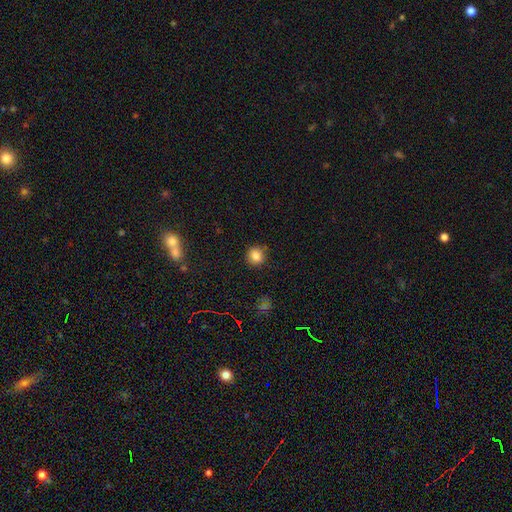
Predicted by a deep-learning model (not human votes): This is clearly a smooth galaxy (82%). How rounded: clearly round (83%). Merging: clearly none (84%).